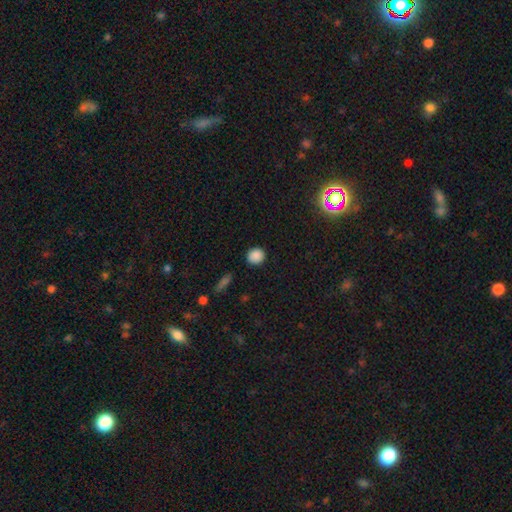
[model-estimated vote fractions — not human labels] Smooth or featured? smooth (87%)
How rounded? round (84%)
Merging? none (90%)